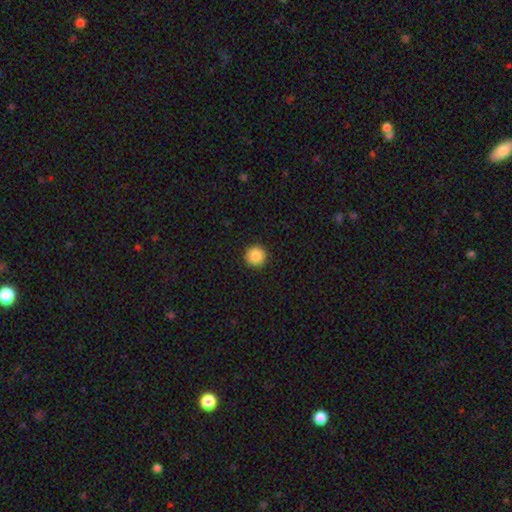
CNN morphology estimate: smooth_or_featured: smooth (p=0.88) [alt: star or artifact p=0.09]
how_rounded: round (p=0.96) [alt: in between p=0.03]
merging: none (p=0.93) [alt: minor disturbance p=0.05]